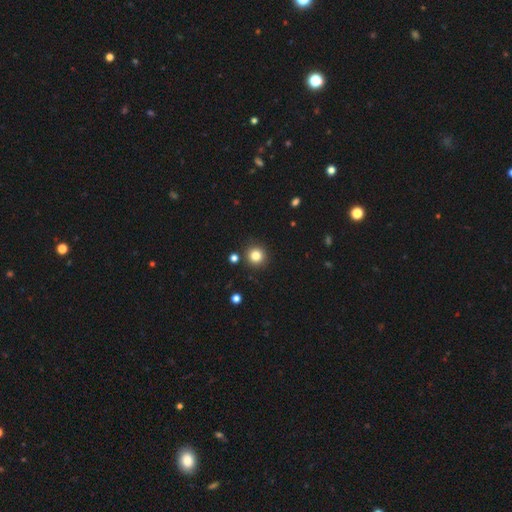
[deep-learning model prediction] smooth 82%, star or artifact 12%, featured or disk 6%. Down the decision tree: how rounded — round (93%); merging — none (88%).